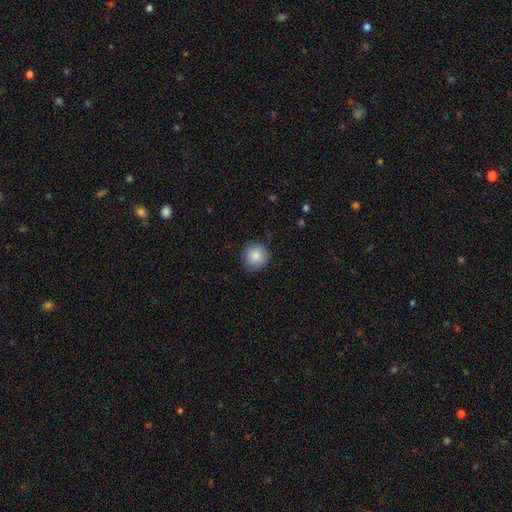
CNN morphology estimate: The model was most divided on "merging": none: 85%, minor disturbance: 12%, major disturbance: 2%, merger: 1%. More confident: how rounded — round (93%); smooth or featured — smooth (86%).